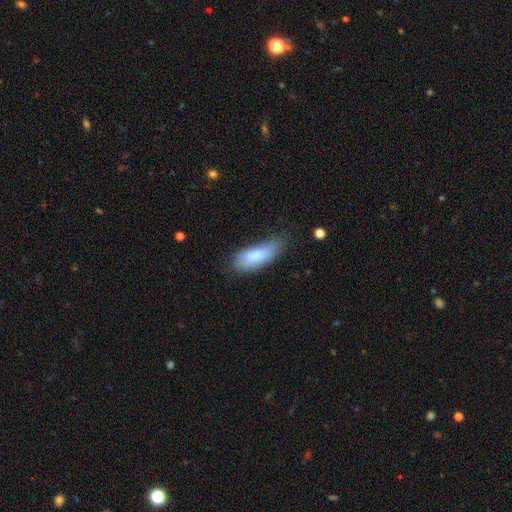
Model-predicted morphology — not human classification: smooth-or-featured: smooth: 79% | featured or disk: 14% | star or artifact: 6%
  how-rounded: in between: 73% | cigar-shaped: 25% | round: 2%
  merging: none: 51% | minor disturbance: 34% | major disturbance: 12% | merger: 3%